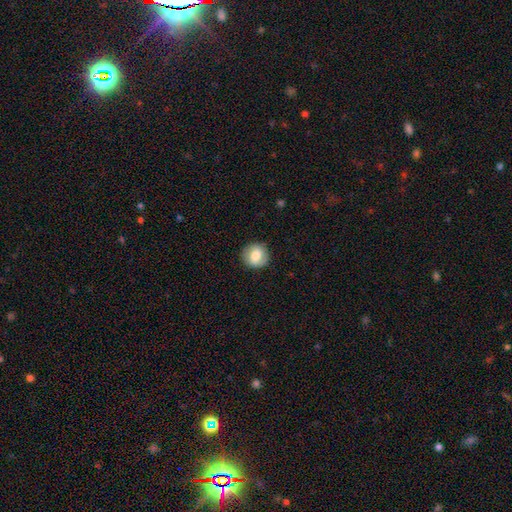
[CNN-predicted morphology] This is likely a smooth galaxy (64%). How rounded: clearly round (88%). Merging: clearly none (85%).